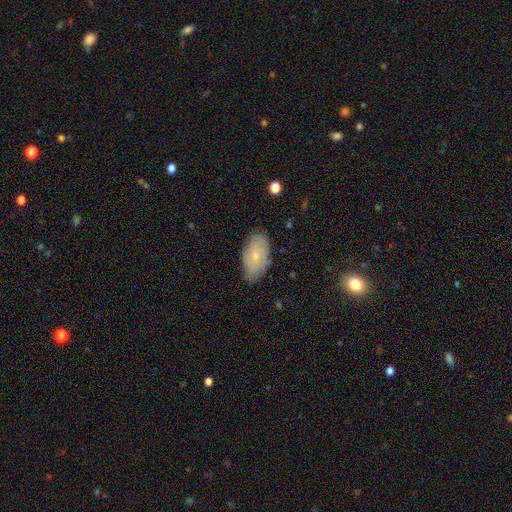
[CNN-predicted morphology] smooth_or_featured: smooth (p=0.65) [alt: featured or disk p=0.28]
how_rounded: in between (p=0.93) [alt: round p=0.04]
merging: none (p=0.76) [alt: minor disturbance p=0.19]